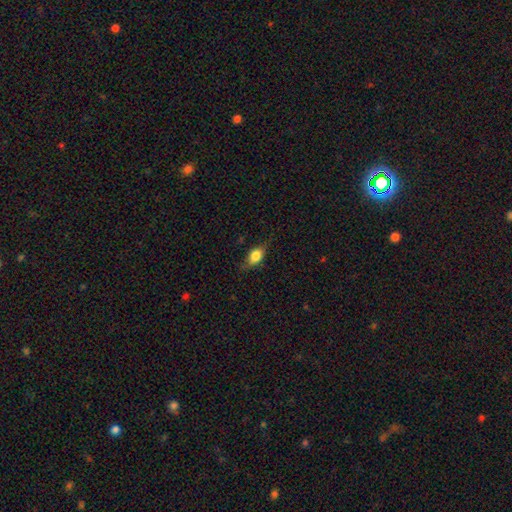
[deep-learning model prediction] This appears to be a smooth galaxy with no disk features (69%) that is in between round and cigar-shaped (73%). Merging: none (69%).